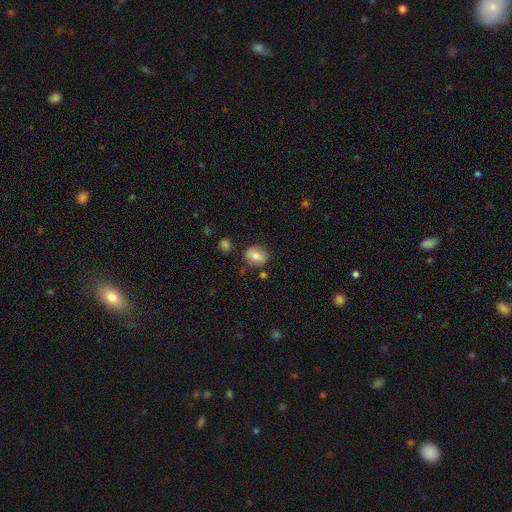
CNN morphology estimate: smooth-or-featured: smooth: 78% | featured or disk: 14% | star or artifact: 9%
  how-rounded: in between: 64% | round: 35% | cigar-shaped: 1%
  merging: none: 79% | minor disturbance: 14% | merger: 4% | major disturbance: 3%